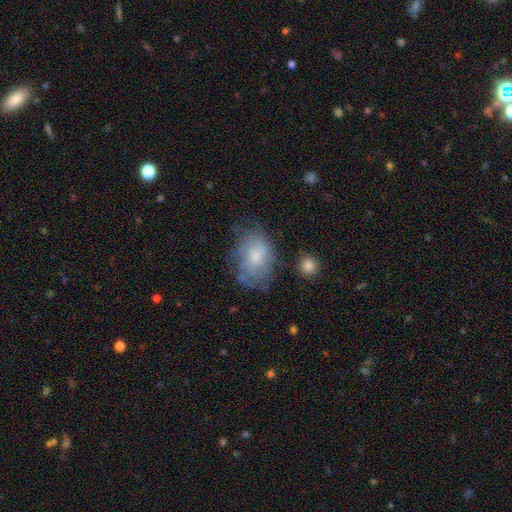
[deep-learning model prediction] This appears to be a featured or disk galaxy (51%). Merging: none (56%).